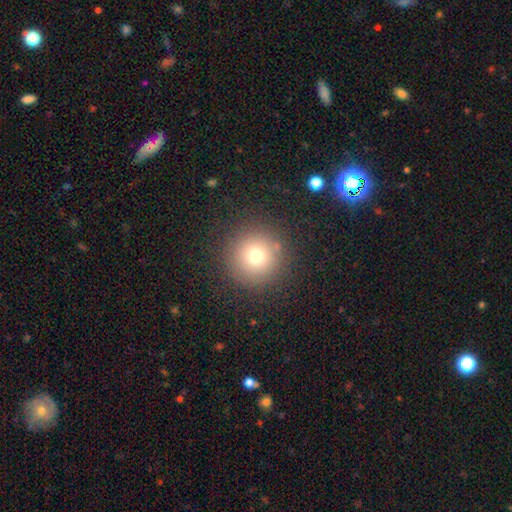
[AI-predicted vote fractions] A smooth galaxy with no disk features (72%) that is round (96%).

Vote fractions:
- Smooth or featured? smooth: 72% / star or artifact: 16% / featured or disk: 11%
- How rounded? round: 96% / in between: 3% / cigar-shaped: 1%
- Merging? none: 88% / minor disturbance: 7% / major disturbance: 4% / merger: 1%